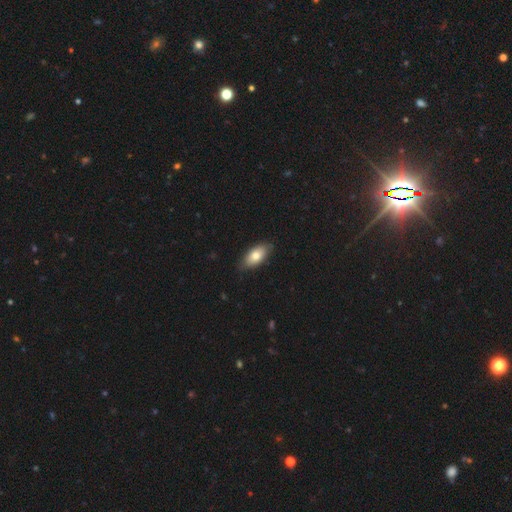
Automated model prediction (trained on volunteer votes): This appears to be a smooth galaxy with no disk features (76%) that is in between round and cigar-shaped (90%). Merging: none (82%).